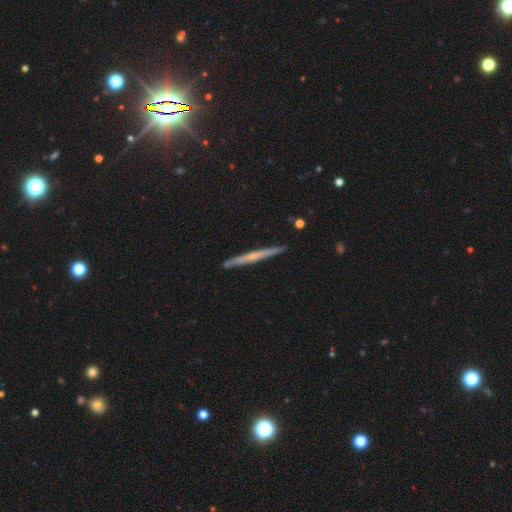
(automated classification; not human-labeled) Overall: featured or disk (57%; smooth 38%). Edge-on disk: yes (97%). Edge-on bulge: none (65%; rounded 30%). Merging: none (91%).